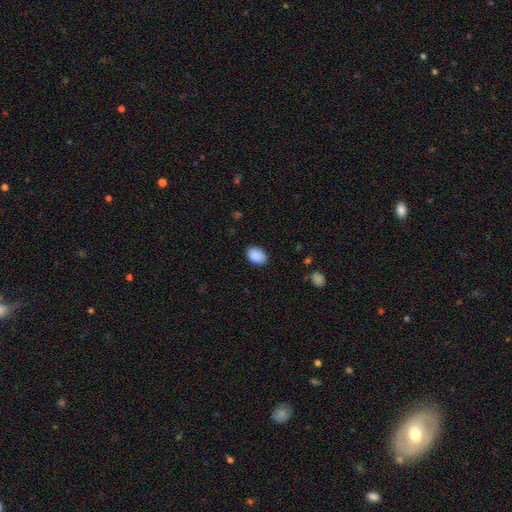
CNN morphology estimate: Q: Smooth or featured?
A: smooth (89%); runner-up: star or artifact (7%)
Q: How rounded?
A: in between (80%); runner-up: round (19%)
Q: Merging?
A: none (84%); runner-up: minor disturbance (13%)